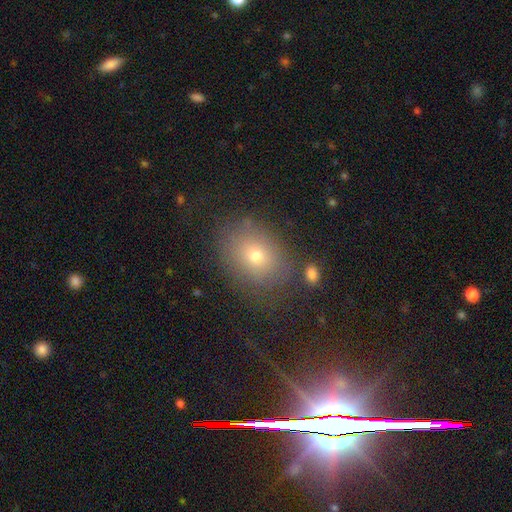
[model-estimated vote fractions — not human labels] This appears to be a smooth galaxy with no disk features (67%) that is in between round and cigar-shaped (55%). Merging: none (77%).